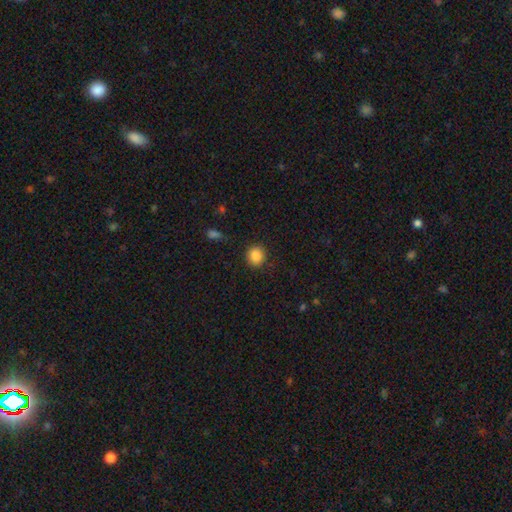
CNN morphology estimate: Smooth or featured? Predicted: smooth (p=0.87). How rounded? Predicted: round (p=0.85). Merging? Predicted: none (p=0.88).